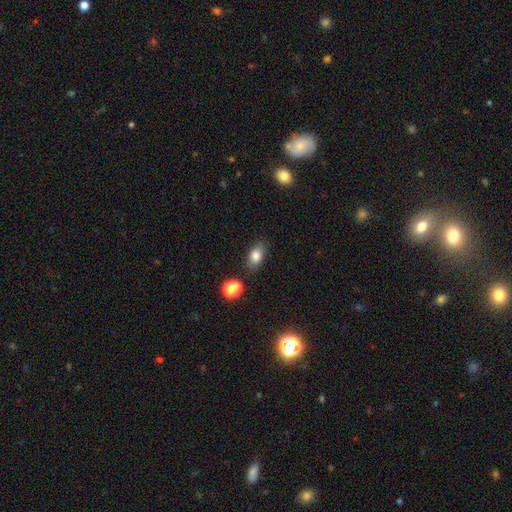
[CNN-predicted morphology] Smooth or featured: smooth — 82% (star or artifact — 10%)
How rounded: in between — 84% (round — 13%)
Merging: none — 81% (minor disturbance — 12%)